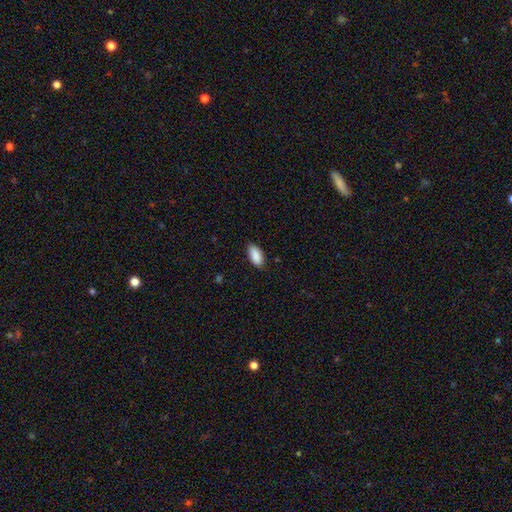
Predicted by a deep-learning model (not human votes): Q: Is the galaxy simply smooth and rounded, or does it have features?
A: smooth — 90%.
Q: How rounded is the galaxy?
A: in between — 90%.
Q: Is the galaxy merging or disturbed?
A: none — 84%.